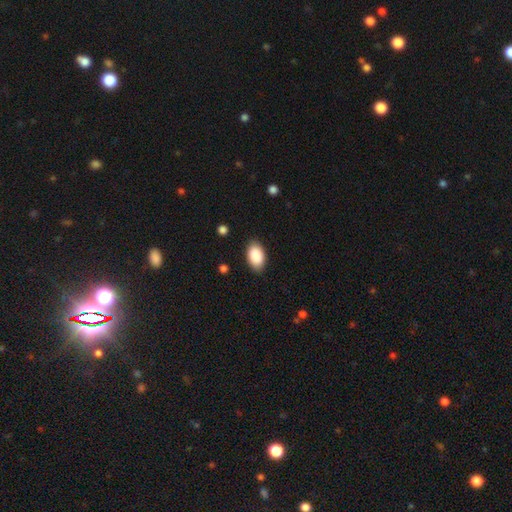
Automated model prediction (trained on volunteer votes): A smooth galaxy with no disk features (90%) that is in between round and cigar-shaped (93%). Merging: none (87%).